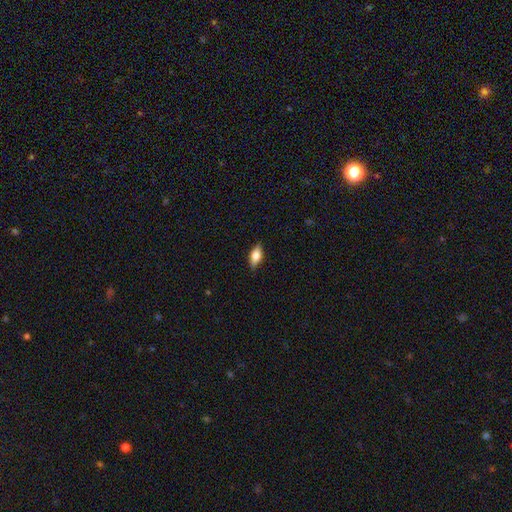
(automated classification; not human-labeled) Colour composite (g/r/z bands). It shows a smooth galaxy with no disk features (64%) that is in between round and cigar-shaped (79%). Merging: none (86%).